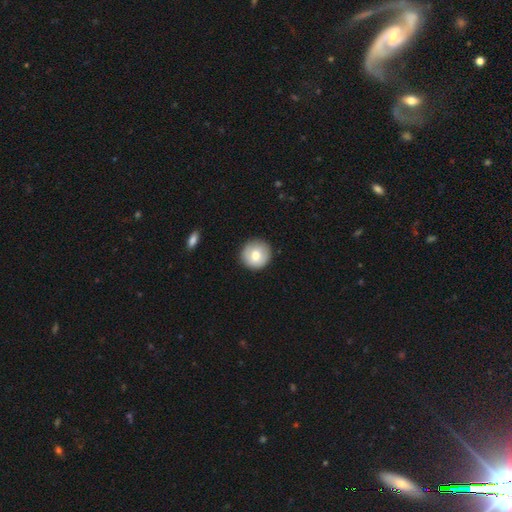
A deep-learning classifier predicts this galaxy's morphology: type=smooth (76%); roundness=round (94%); merging=none (89%).